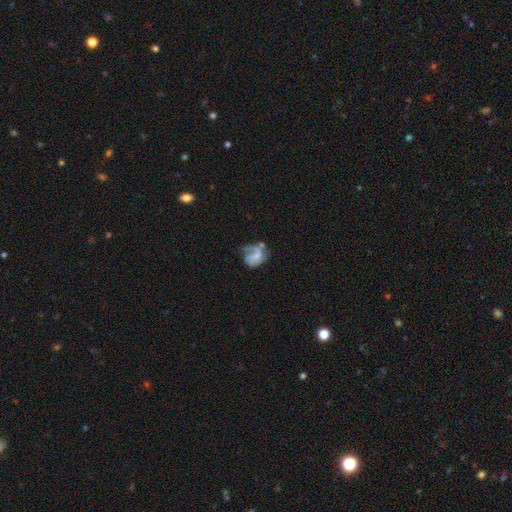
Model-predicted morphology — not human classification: featured or disk 62%, smooth 29%, star or artifact 8%. Down the decision tree: edge-on disk — no (98%); bar — no (60%); spiral arms — yes (79%); bulge size — small (46%); merging — major disturbance (36%).